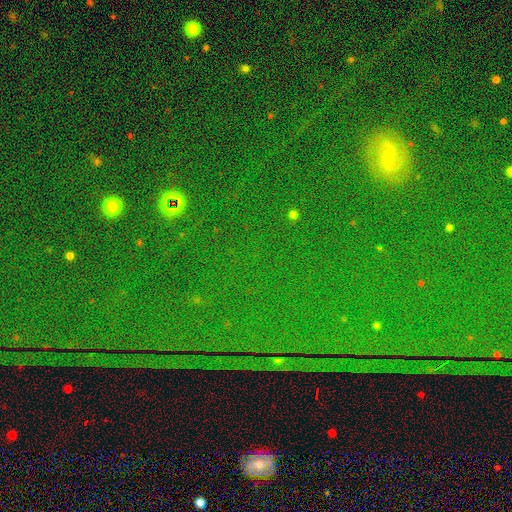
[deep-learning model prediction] smooth-or-featured: star or artifact: 78% | smooth: 14% | featured or disk: 8%